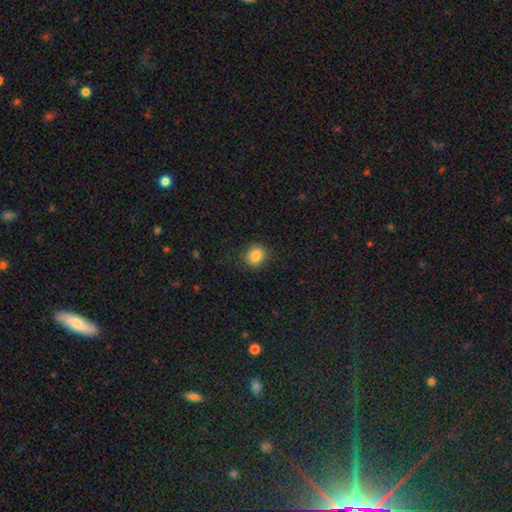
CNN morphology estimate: Overall: smooth (84%). How rounded: round (68%; in between 31%). Merging: none (85%).